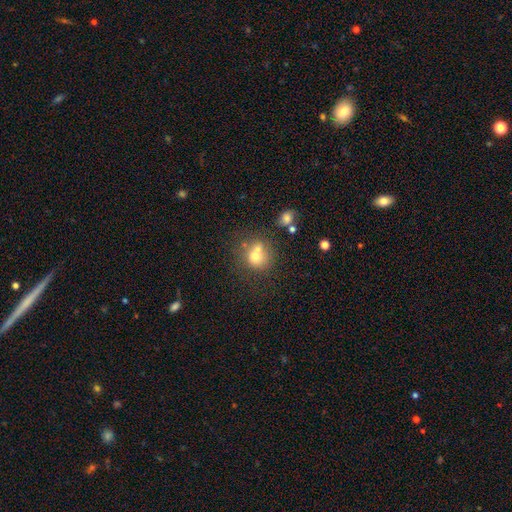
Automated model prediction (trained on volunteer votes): smooth 67%, featured or disk 20%, star or artifact 13%. Down the decision tree: how rounded — round (79%); merging — merger (45%).